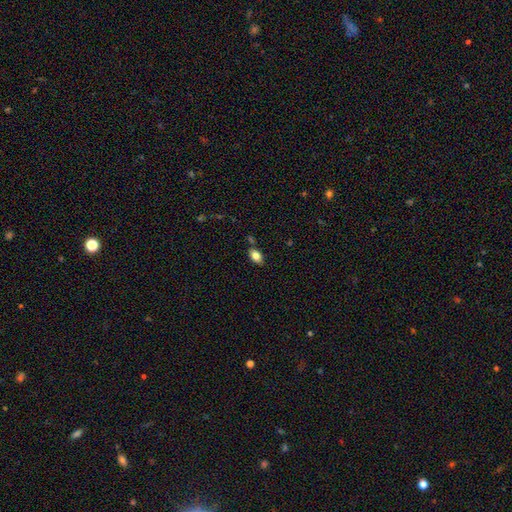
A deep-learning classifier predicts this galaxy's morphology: Smooth or featured? Predicted: smooth (p=0.82). How rounded? Predicted: in between (p=0.89). Merging? Predicted: none (p=0.76).